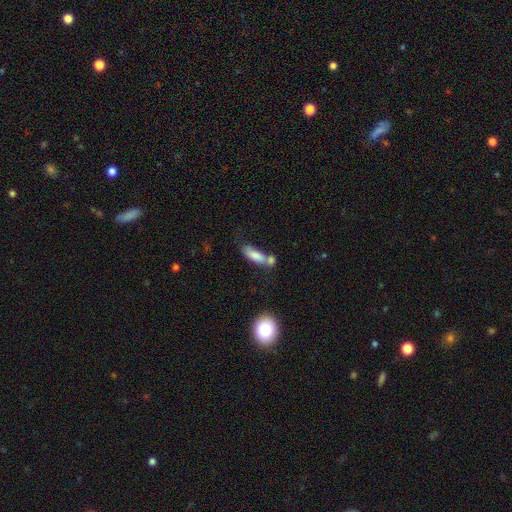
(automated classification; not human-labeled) Morphology: type=smooth (78%); roundness=in between (60%); merging=merger (45%).